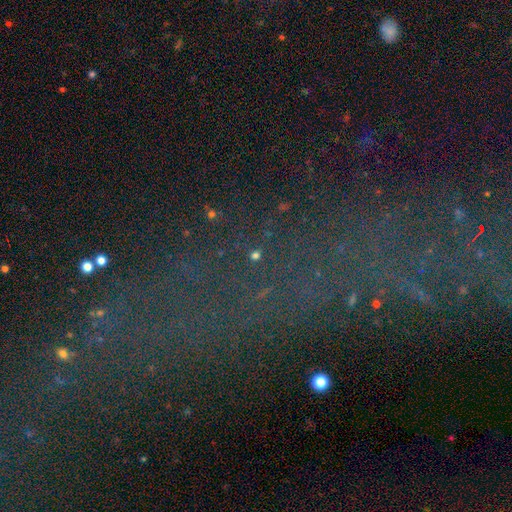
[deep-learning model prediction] Q: Smooth or featured?
A: star or artifact (73%); runner-up: smooth (15%)